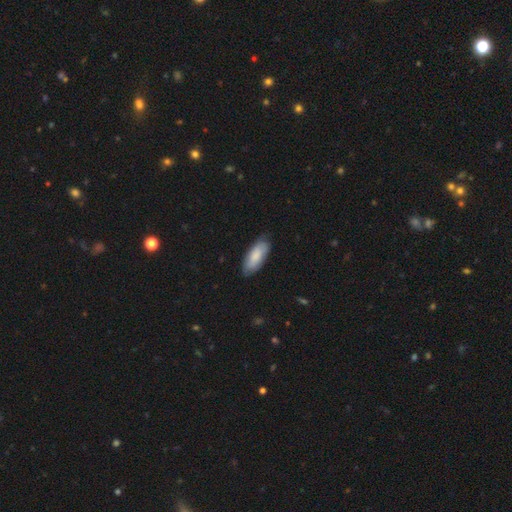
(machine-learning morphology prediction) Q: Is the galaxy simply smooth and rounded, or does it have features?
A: smooth — 77%.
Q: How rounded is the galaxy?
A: in between — 81%.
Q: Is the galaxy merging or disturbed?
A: none — 80%.